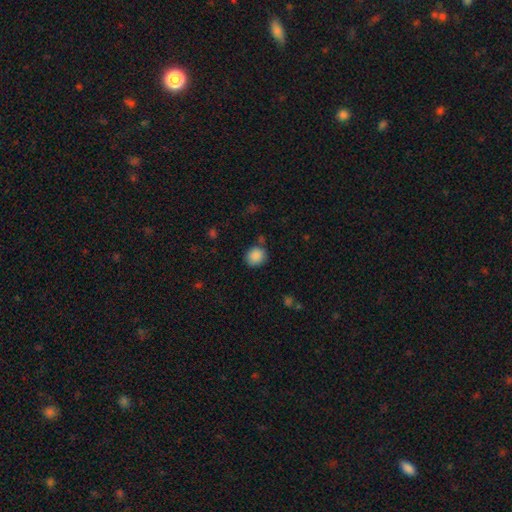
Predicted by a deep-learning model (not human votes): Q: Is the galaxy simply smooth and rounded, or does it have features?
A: smooth — 88%.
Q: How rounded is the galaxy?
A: round — 78%.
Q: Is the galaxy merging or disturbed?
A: none — 80%.